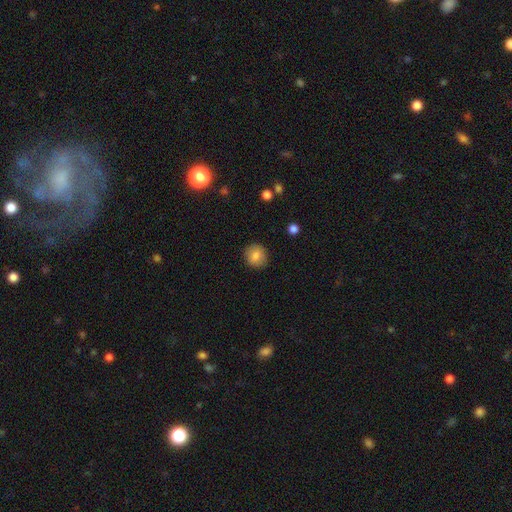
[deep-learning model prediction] Smooth or featured?
  - smooth: 84% *
  - star or artifact: 9%
  - featured or disk: 7%
How rounded?
  - round: 84% *
  - in between: 15%
  - cigar-shaped: 1%
Merging?
  - none: 89% *
  - minor disturbance: 8%
  - major disturbance: 2%
  - merger: 1%